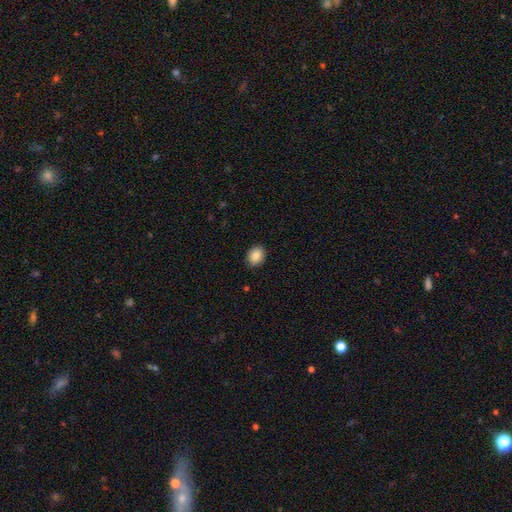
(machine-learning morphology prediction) Overall: smooth (85%). How rounded: round (54%; in between 45%). Merging: none (90%).